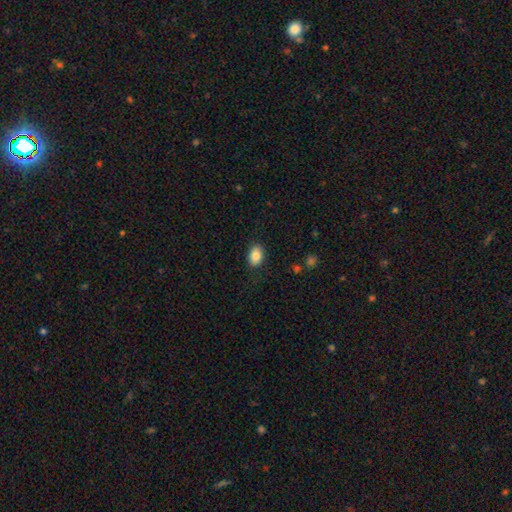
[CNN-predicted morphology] smooth 86%, star or artifact 8%, featured or disk 6%. Down the decision tree: how rounded — in between (84%); merging — none (86%).